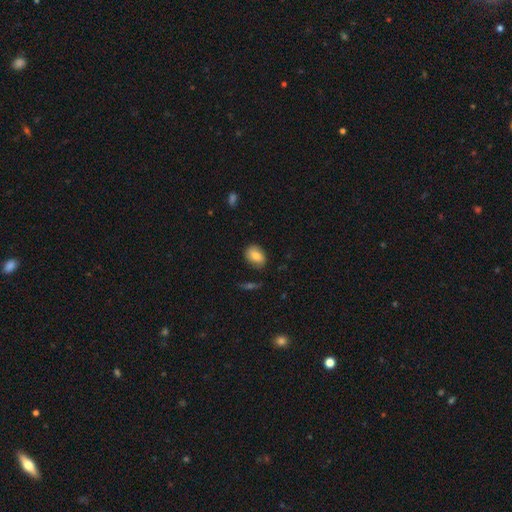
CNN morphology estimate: smooth 81%, featured or disk 11%, star or artifact 8%. Down the decision tree: how rounded — in between (77%); merging — none (77%).